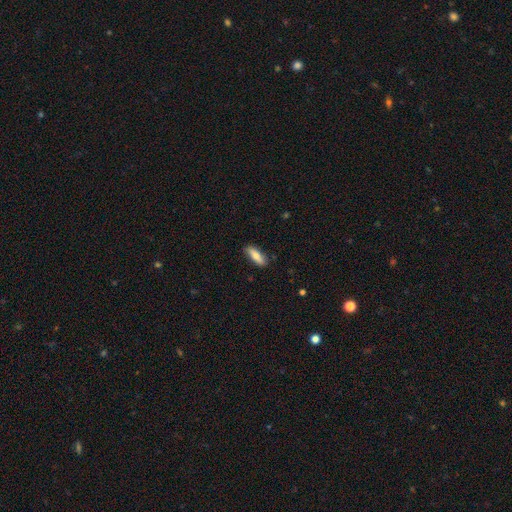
Morphology: type=smooth (69%); roundness=in between (56%); merging=none (84%).